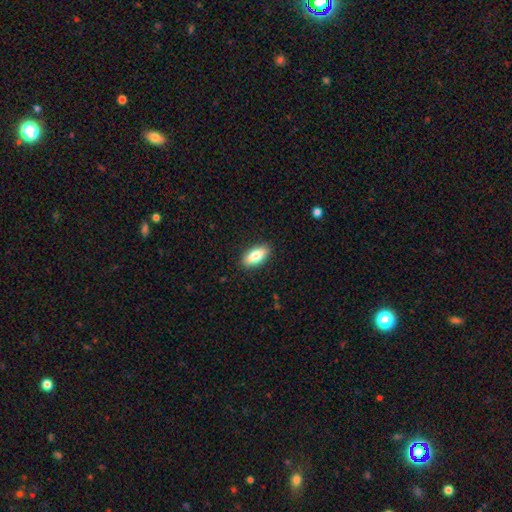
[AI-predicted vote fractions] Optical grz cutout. It shows a smooth galaxy with no disk features (77%) that is in between round and cigar-shaped (85%). Merging: none (89%).